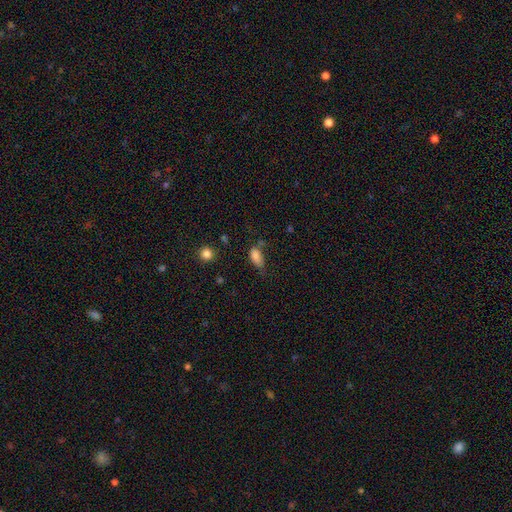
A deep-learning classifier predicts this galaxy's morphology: smooth_or_featured: smooth (p=0.83) [alt: star or artifact p=0.10]
how_rounded: in between (p=0.89) [alt: cigar-shaped p=0.06]
merging: none (p=0.46) [alt: minor disturbance p=0.36]